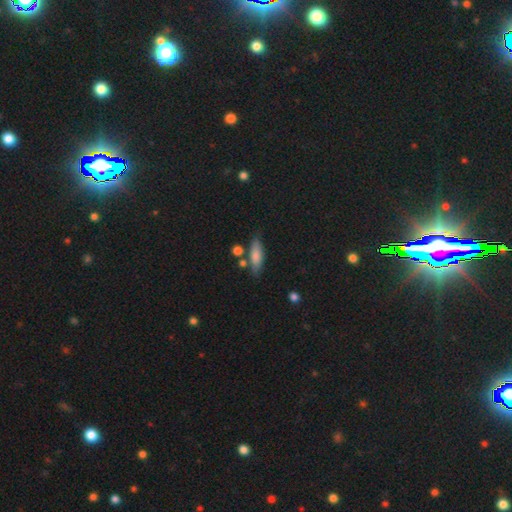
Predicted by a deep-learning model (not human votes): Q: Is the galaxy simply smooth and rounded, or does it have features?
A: smooth — 75%.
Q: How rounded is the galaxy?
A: in between — 50%.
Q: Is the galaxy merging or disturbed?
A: none — 71%.